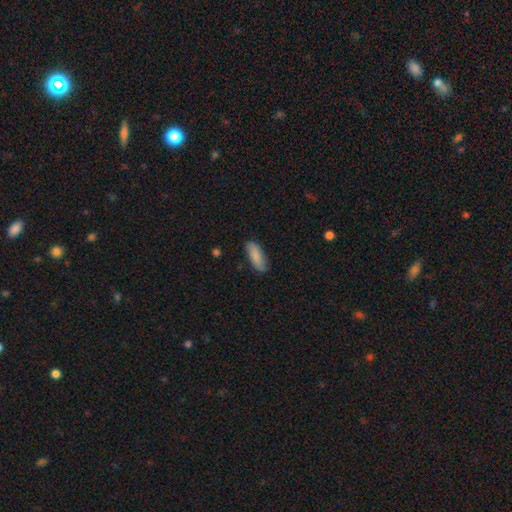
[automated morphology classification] Smooth or featured? smooth (83%)
How rounded? in between (69%)
Merging? none (81%)